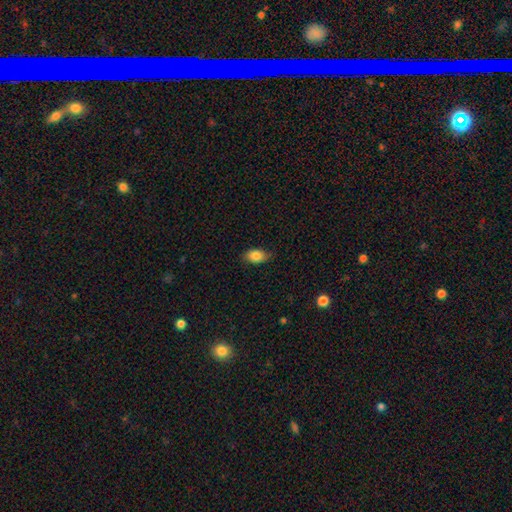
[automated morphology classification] The model was most divided on "merging": none: 79%, minor disturbance: 17%, major disturbance: 3%, merger: 1%. More confident: how rounded — in between (88%); smooth or featured — smooth (86%).